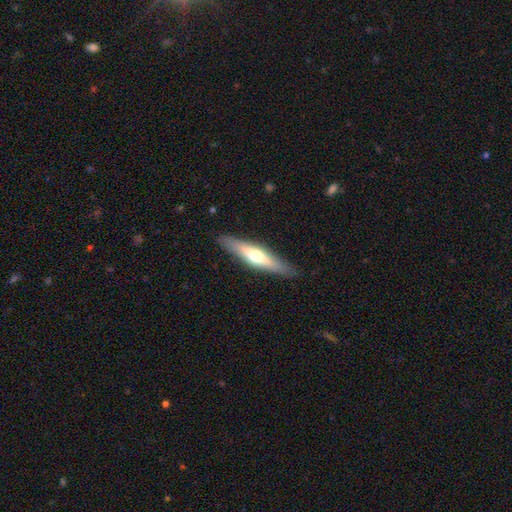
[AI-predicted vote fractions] Smooth or featured: featured or disk — 50% (smooth — 44%)
Edge-on disk: yes — 89% (no — 11%)
Merging: none — 88% (minor disturbance — 9%)